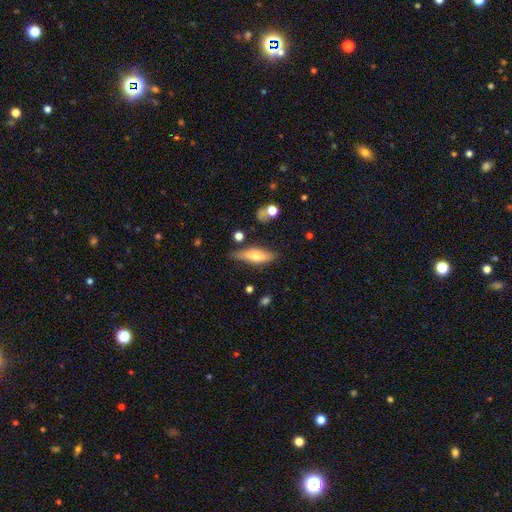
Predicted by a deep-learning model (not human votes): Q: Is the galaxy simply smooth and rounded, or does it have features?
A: smooth — 54%.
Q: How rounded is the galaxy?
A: cigar-shaped — 53%.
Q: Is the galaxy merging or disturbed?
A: none — 69%.